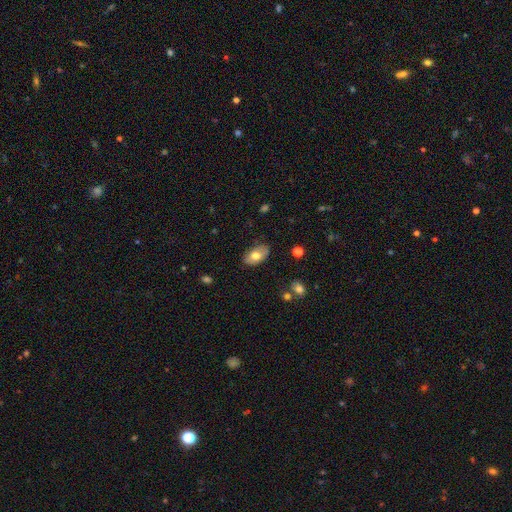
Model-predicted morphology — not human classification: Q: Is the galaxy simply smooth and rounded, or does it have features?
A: smooth — 69%.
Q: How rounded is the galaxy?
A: in between — 93%.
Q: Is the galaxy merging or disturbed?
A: none — 81%.